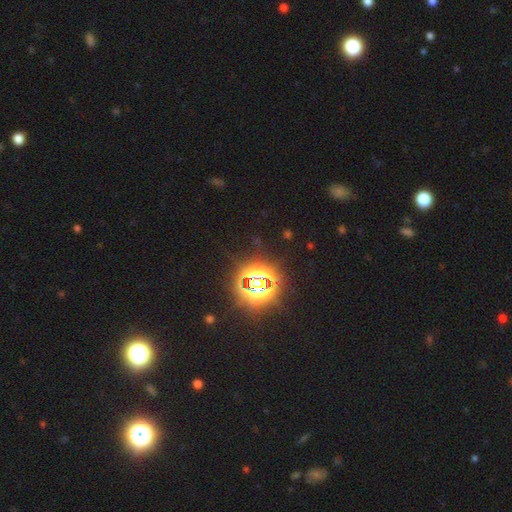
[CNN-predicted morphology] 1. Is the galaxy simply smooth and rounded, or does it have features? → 82% star or artifact, 12% smooth, 6% featured or disk.